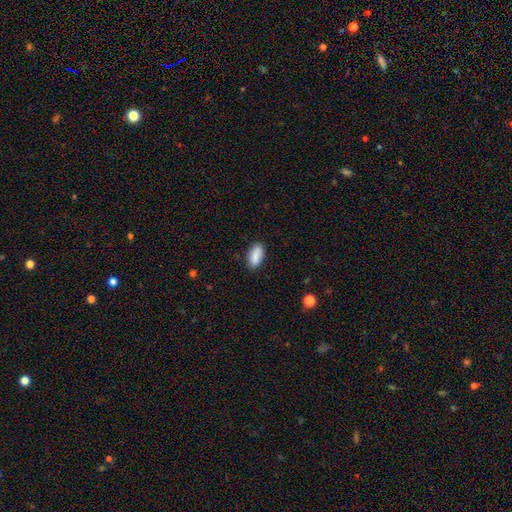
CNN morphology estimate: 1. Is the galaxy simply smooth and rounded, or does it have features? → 88% smooth, 7% star or artifact, 5% featured or disk.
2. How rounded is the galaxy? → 89% in between, 8% cigar-shaped, 3% round.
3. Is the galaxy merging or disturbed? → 85% none, 11% minor disturbance, 2% major disturbance, 1% merger.